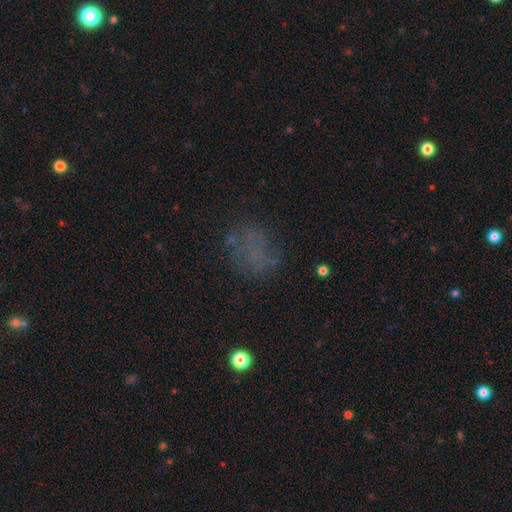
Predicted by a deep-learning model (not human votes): This is marginally a smooth galaxy (44%). Merging: likely none (61%).